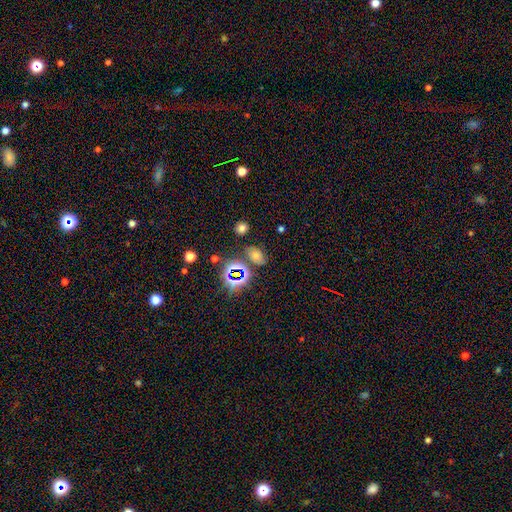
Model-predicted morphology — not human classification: A smooth galaxy with no disk features (53%) that is in between round and cigar-shaped (81%). Merging: none (73%).